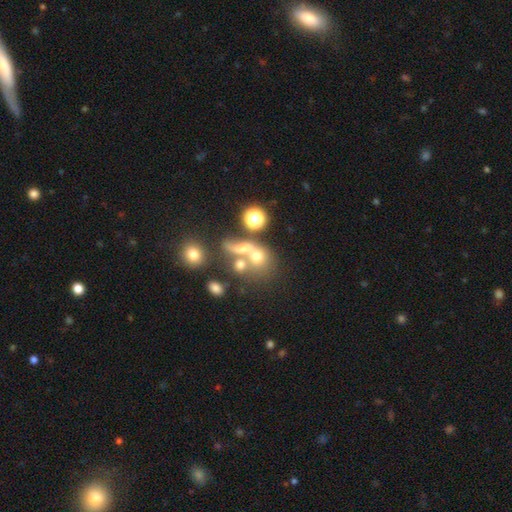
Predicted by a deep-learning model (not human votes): Smooth or featured?
  - smooth: 54% *
  - featured or disk: 24%
  - star or artifact: 22%
How rounded?
  - round: 69% *
  - in between: 28%
  - cigar-shaped: 3%
Merging?
  - merger: 51% *
  - none: 30%
  - major disturbance: 10%
  - minor disturbance: 9%